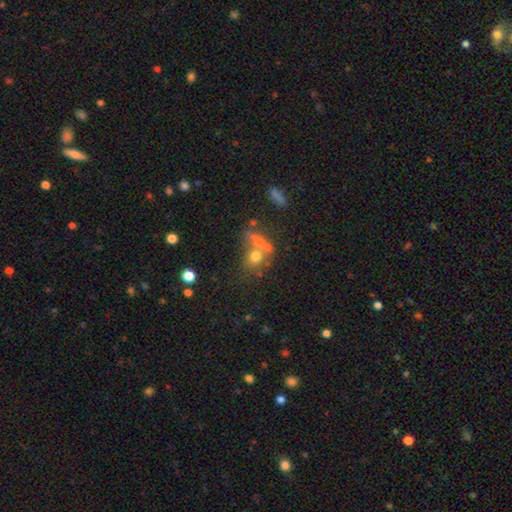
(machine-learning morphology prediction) smooth-or-featured: smooth: 53% | featured or disk: 26% | star or artifact: 21%
  how-rounded: round: 68% | in between: 30% | cigar-shaped: 3%
  merging: merger: 52% | none: 34% | minor disturbance: 8% | major disturbance: 6%